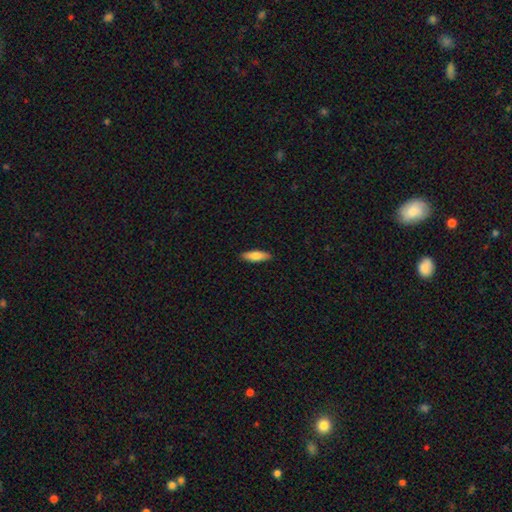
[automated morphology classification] type=smooth (80%); roundness=cigar-shaped (54%); merging=none (90%).